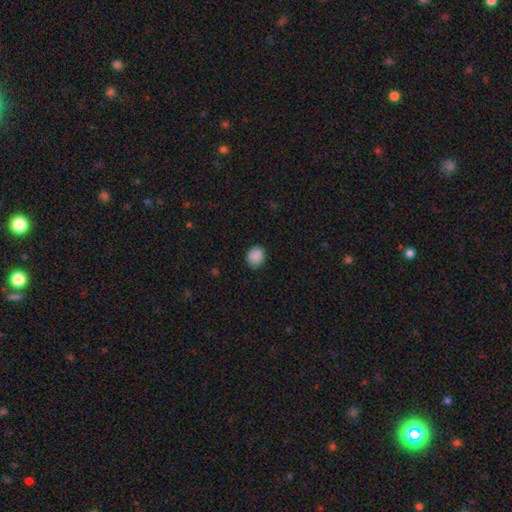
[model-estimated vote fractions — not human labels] This appears to be a smooth galaxy with no disk features (88%) that is round (77%). Merging: none (85%).